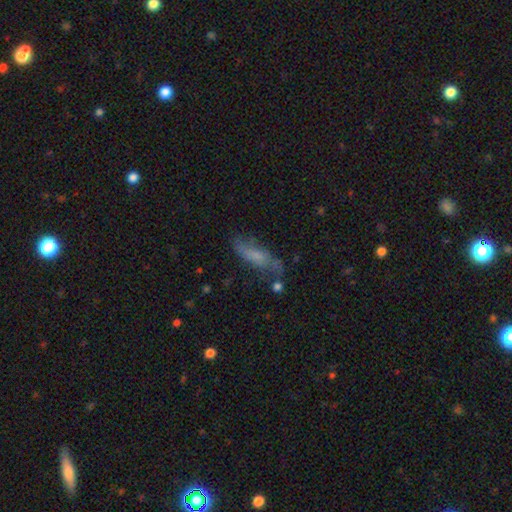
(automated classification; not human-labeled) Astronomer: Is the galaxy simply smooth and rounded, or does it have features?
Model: smooth — 49% (runner-up: featured or disk, 41%).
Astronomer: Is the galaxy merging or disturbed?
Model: none — 55%.